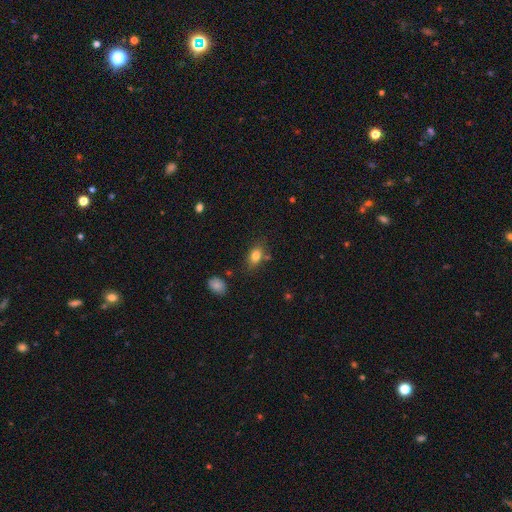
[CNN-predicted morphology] smooth-or-featured: smooth: 81% | star or artifact: 10% | featured or disk: 9%
  how-rounded: in between: 77% | round: 20% | cigar-shaped: 2%
  merging: none: 73% | minor disturbance: 17% | merger: 7% | major disturbance: 4%